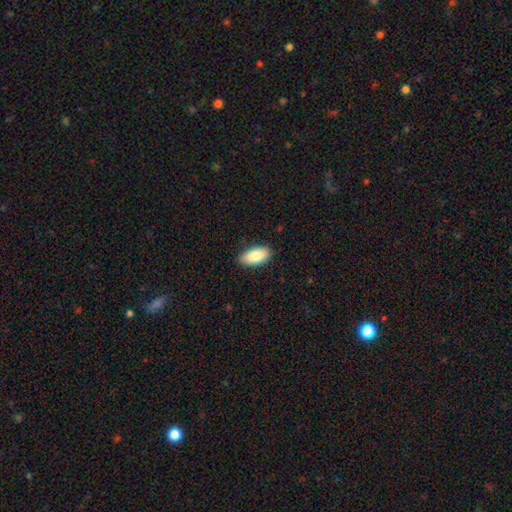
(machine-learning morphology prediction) type=smooth (86%); roundness=in between (92%); merging=none (86%).